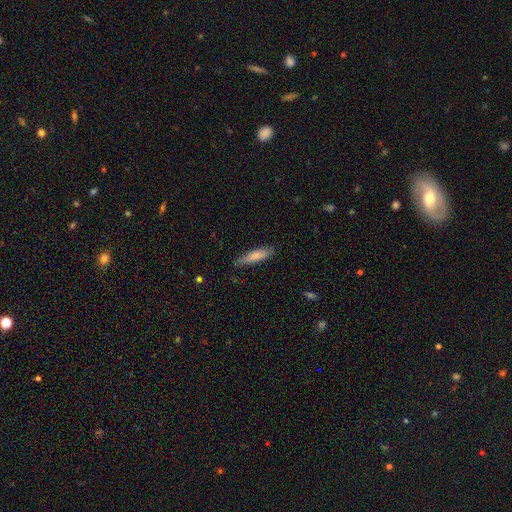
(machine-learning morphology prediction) smooth-or-featured: smooth: 78% | featured or disk: 16% | star or artifact: 6%
  how-rounded: cigar-shaped: 76% | in between: 23% | round: 1%
  merging: none: 80% | minor disturbance: 16% | major disturbance: 3% | merger: 1%